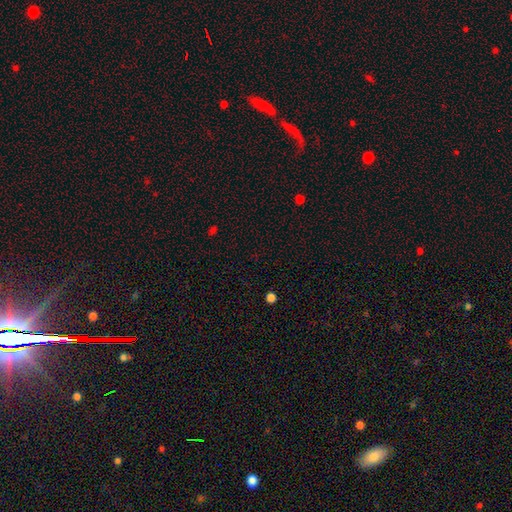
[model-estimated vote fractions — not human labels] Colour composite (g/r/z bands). It shows a star or artifact, not a galaxy (57%).